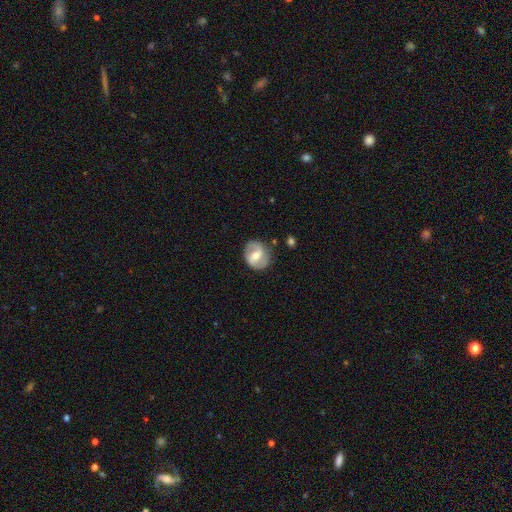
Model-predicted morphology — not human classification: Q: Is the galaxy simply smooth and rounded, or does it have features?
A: featured or disk — 71%.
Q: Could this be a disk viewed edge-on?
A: no — 97%.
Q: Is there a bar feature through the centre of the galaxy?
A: weak — 47%.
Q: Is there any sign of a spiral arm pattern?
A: yes — 84%.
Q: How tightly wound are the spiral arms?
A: medium — 47%.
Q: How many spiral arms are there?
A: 2 — 87%.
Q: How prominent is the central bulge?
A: moderate — 66%.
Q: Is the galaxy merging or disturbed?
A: none — 79%.